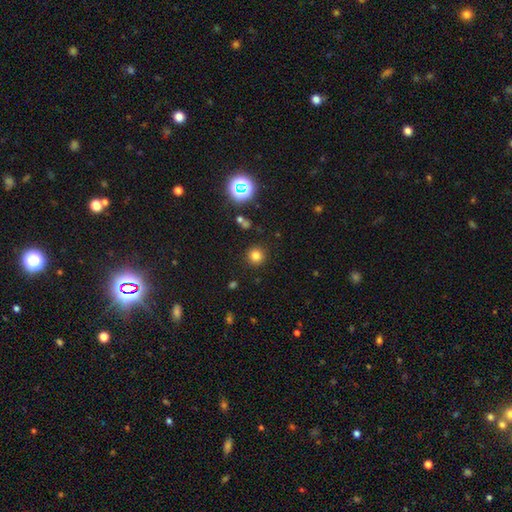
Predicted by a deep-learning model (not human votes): Smooth or featured: smooth — 78% (star or artifact — 17%)
How rounded: round — 94% (in between — 5%)
Merging: none — 89% (minor disturbance — 6%)